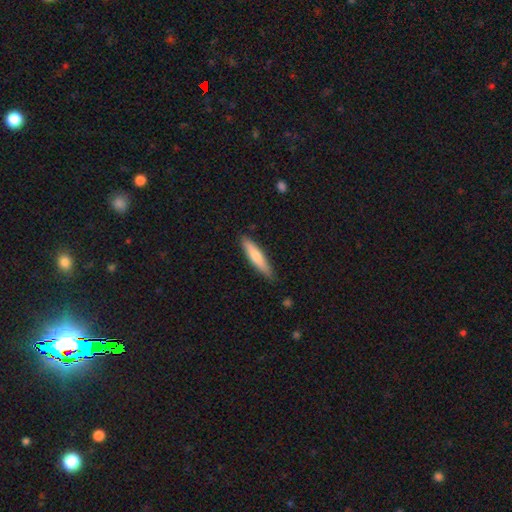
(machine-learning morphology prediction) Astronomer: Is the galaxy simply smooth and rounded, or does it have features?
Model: smooth — 65%.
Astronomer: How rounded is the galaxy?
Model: cigar-shaped — 86%.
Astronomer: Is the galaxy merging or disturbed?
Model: none — 86%.